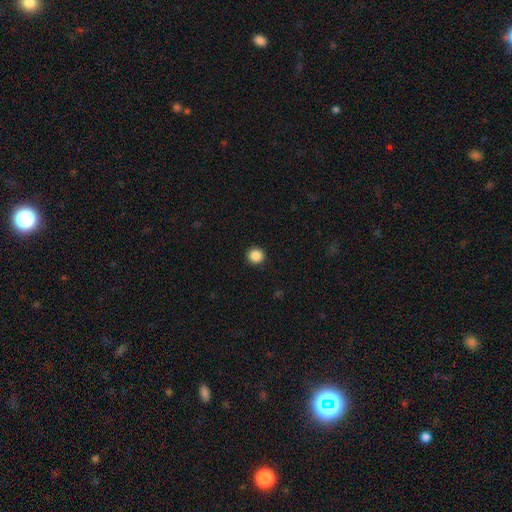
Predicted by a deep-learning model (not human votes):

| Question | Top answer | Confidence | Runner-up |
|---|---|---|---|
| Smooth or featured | smooth | 87% | star or artifact (10%) |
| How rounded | round | 95% | in between (4%) |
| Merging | none | 93% | minor disturbance (4%) |